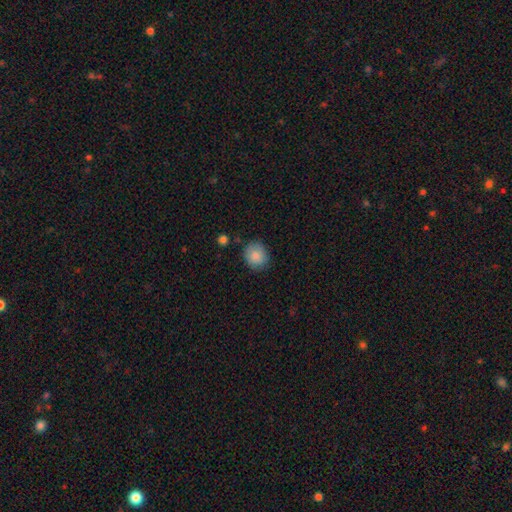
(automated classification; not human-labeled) This is clearly a smooth galaxy (87%). How rounded: likely round (77%). Merging: clearly none (81%).